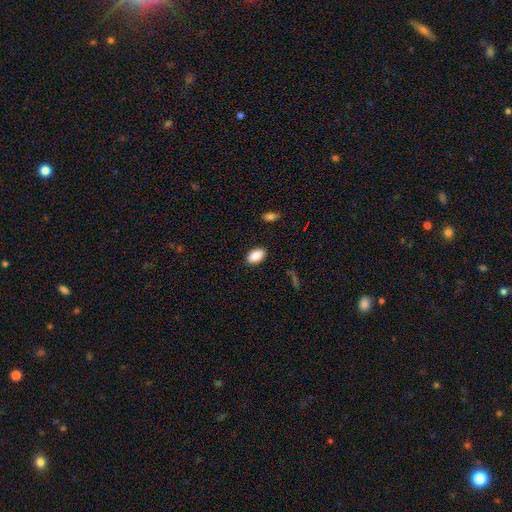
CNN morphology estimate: The model was most divided on "merging": none: 87%, minor disturbance: 9%, major disturbance: 2%, merger: 1%. More confident: how rounded — in between (92%); smooth or featured — smooth (89%).